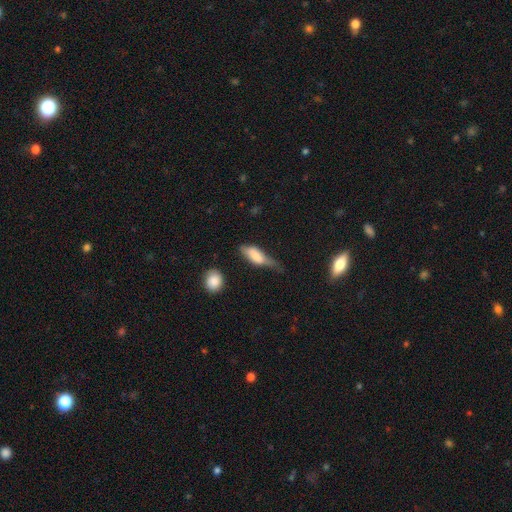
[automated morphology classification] A smooth galaxy with no disk features (68%) that is in between round and cigar-shaped (68%). Merging: minor disturbance (41%).